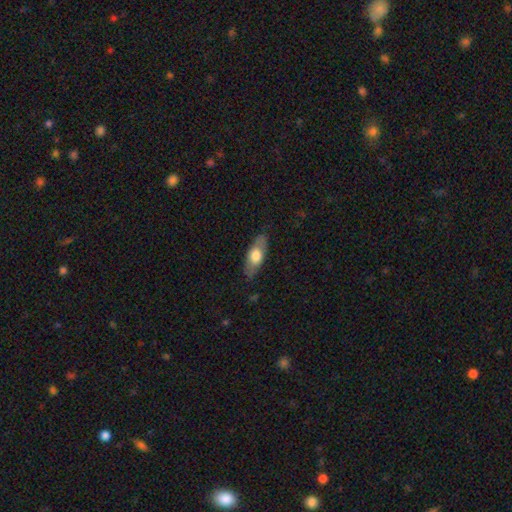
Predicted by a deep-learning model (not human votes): Morphology: type=smooth (62%); roundness=in between (73%); merging=none (82%).